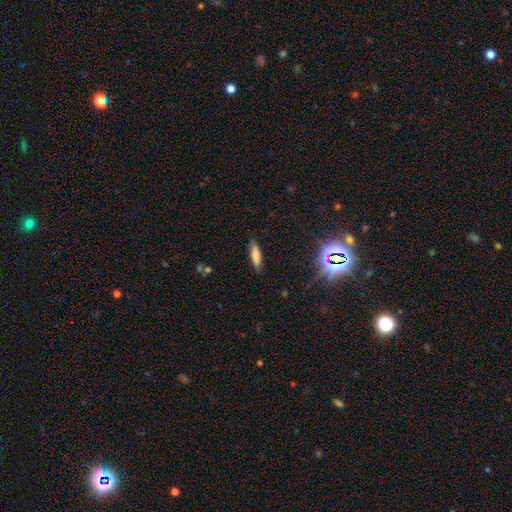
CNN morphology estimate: Smooth or featured?
  - smooth: 76% *
  - featured or disk: 13%
  - star or artifact: 11%
How rounded?
  - cigar-shaped: 66% *
  - in between: 32%
  - round: 2%
Merging?
  - none: 86% *
  - minor disturbance: 10%
  - major disturbance: 2%
  - merger: 1%